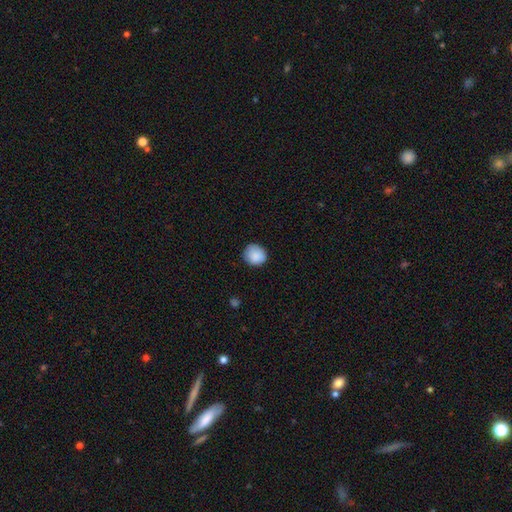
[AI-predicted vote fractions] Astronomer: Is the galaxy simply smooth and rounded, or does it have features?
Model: smooth — 88%.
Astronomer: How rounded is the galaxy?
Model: round — 84%.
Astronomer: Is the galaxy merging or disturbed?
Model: none — 82%.